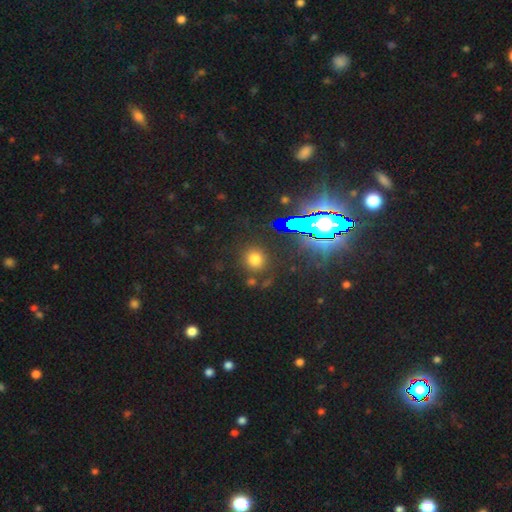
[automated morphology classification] smooth_or_featured: smooth (p=0.56) [alt: star or artifact p=0.36]
how_rounded: round (p=0.88) [alt: in between p=0.11]
merging: none (p=0.86) [alt: minor disturbance p=0.07]